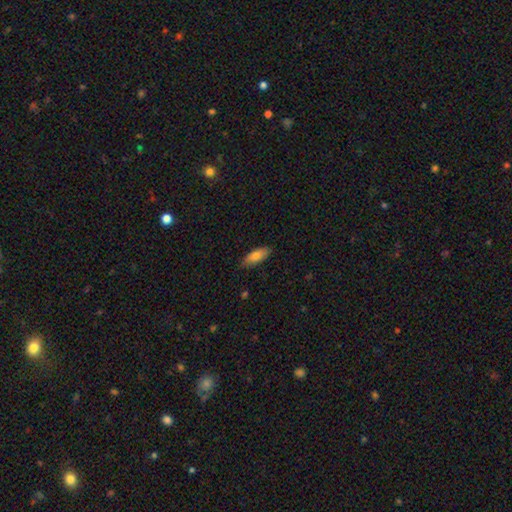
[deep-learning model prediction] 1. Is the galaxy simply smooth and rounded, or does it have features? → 79% smooth, 15% featured or disk, 6% star or artifact.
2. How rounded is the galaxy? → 74% in between, 24% cigar-shaped, 2% round.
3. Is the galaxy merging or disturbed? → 86% none, 11% minor disturbance, 2% major disturbance, 1% merger.